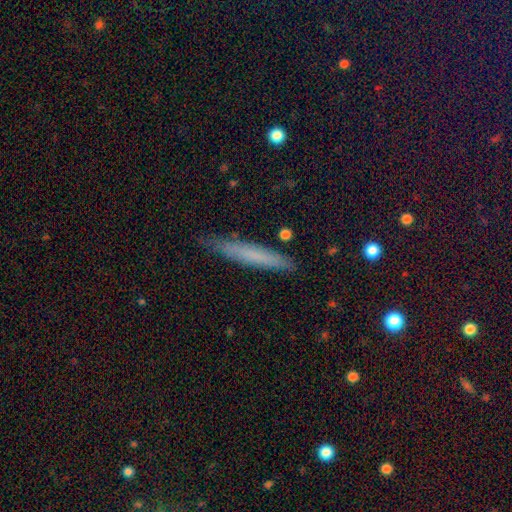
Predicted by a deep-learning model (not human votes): A smooth galaxy with no disk features (66%) that is cigar-shaped (95%). Merging: none (82%).